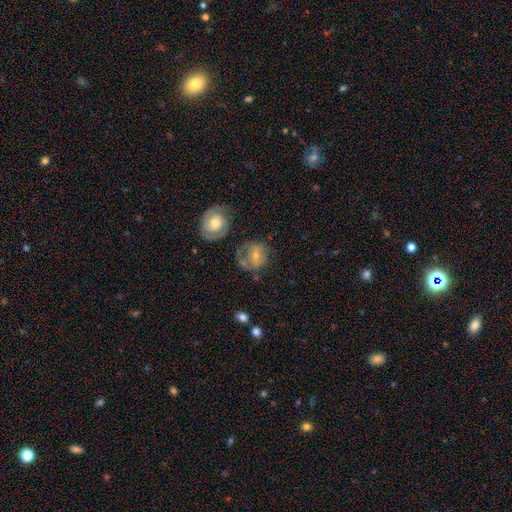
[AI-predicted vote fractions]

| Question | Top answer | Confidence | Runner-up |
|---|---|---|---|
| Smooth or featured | featured or disk | 53% | smooth (35%) |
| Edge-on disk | no | 96% | yes (4%) |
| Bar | no | 57% | weak (32%) |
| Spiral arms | yes | 68% | no (32%) |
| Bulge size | moderate | 47% | small (46%) |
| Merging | none | 56% | minor disturbance (21%) |